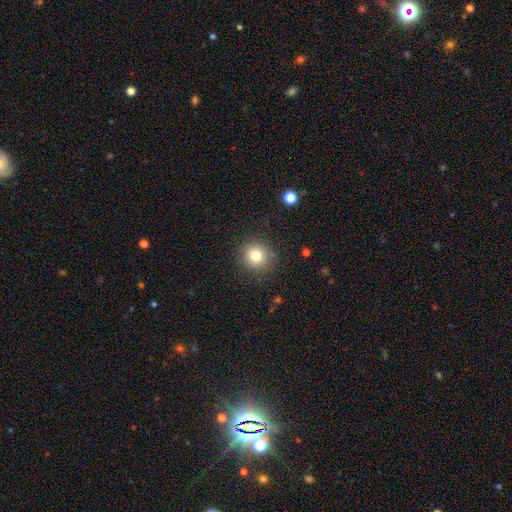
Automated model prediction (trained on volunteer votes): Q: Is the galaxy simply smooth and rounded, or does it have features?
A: smooth — 79%.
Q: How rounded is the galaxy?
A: round — 89%.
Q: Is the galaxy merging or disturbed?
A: none — 87%.